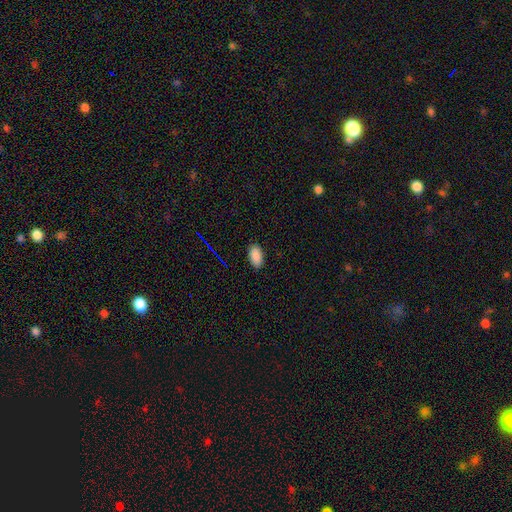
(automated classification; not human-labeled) A smooth galaxy with no disk features (87%) that is in between round and cigar-shaped (94%). Merging: none (88%).